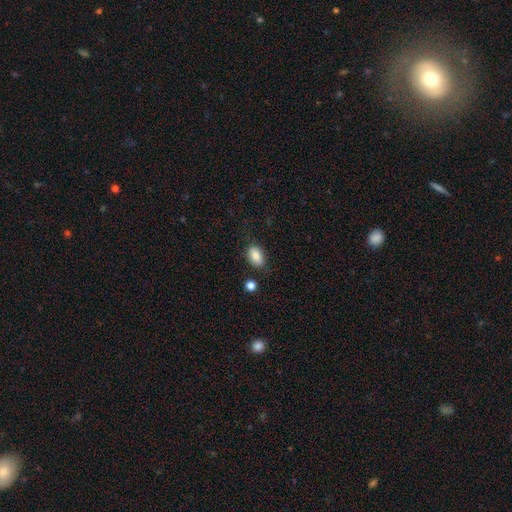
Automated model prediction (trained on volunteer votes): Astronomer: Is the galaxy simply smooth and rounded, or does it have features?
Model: smooth — 85%.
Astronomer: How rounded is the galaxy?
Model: in between — 88%.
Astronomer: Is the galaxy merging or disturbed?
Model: none — 77%.